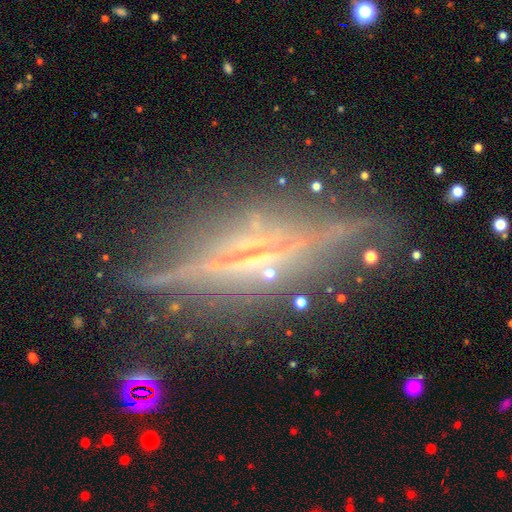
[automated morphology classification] A featured or disk galaxy (68%) viewed edge-on (88%) with a rounded central bulge (51%). Merging: none (79%).